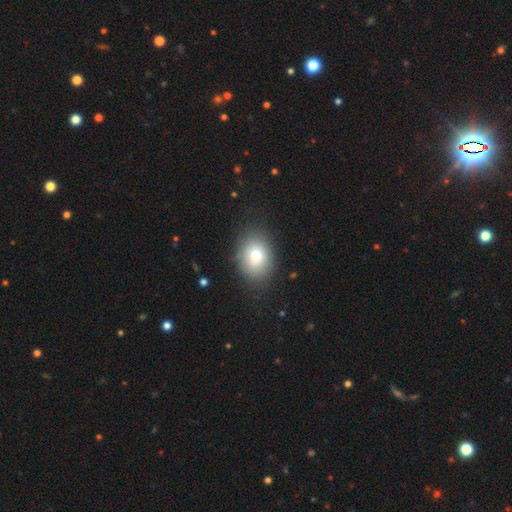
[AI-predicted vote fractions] This is likely a smooth galaxy (79%). How rounded: likely in between (64%). Merging: clearly none (81%).